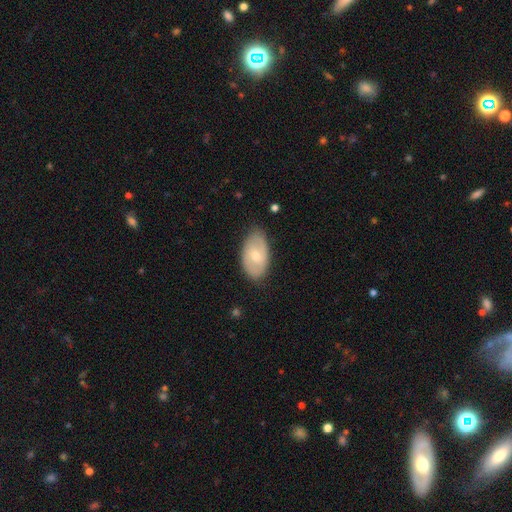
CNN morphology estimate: smooth_or_featured: smooth (p=0.49) [alt: featured or disk p=0.45]
merging: none (p=0.76) [alt: minor disturbance p=0.19]